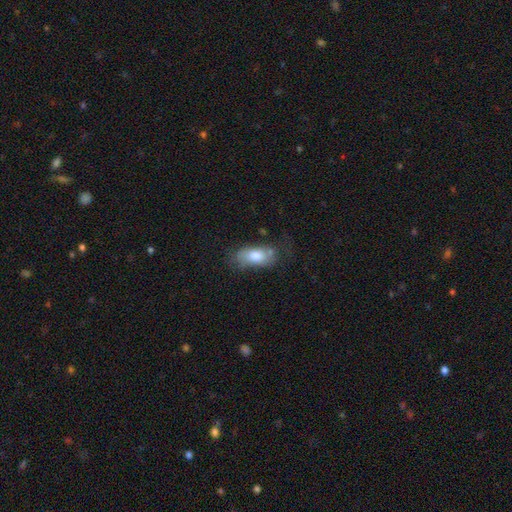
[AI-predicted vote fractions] A smooth galaxy with no disk features (72%) that is in between round and cigar-shaped (86%).

Vote fractions:
- Smooth or featured? smooth: 72% / featured or disk: 20% / star or artifact: 7%
- How rounded? in between: 86% / cigar-shaped: 9% / round: 4%
- Merging? none: 50% / minor disturbance: 29% / major disturbance: 16% / merger: 5%